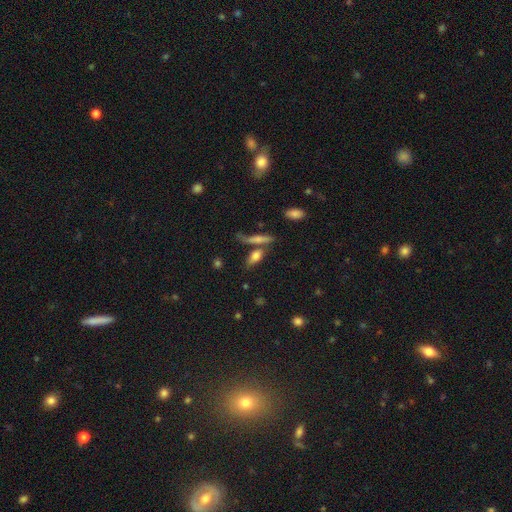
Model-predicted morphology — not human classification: smooth-or-featured: smooth: 69% | featured or disk: 21% | star or artifact: 10%
  how-rounded: in between: 61% | cigar-shaped: 33% | round: 6%
  merging: none: 54% | merger: 25% | minor disturbance: 14% | major disturbance: 7%